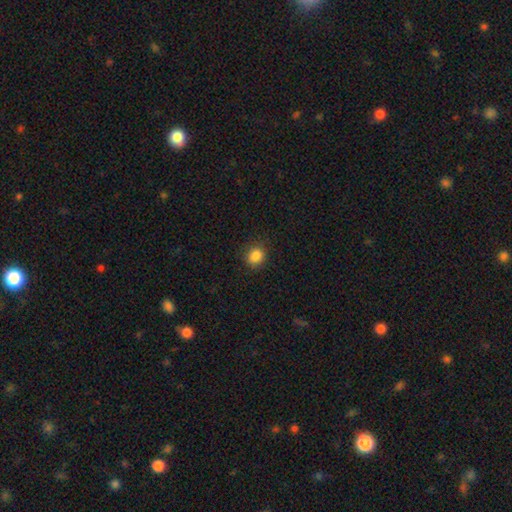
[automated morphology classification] smooth-or-featured: smooth: 86% | star or artifact: 11% | featured or disk: 4%
  how-rounded: round: 70% | in between: 29% | cigar-shaped: 1%
  merging: none: 86% | minor disturbance: 10% | major disturbance: 3% | merger: 1%